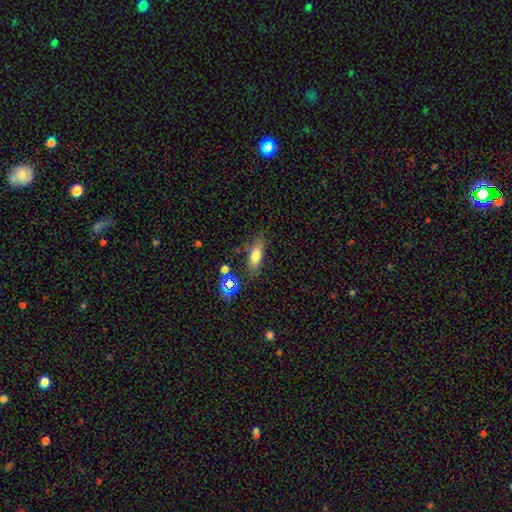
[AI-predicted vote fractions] Smooth or featured? smooth (69%)
How rounded? in between (61%)
Merging? none (70%)